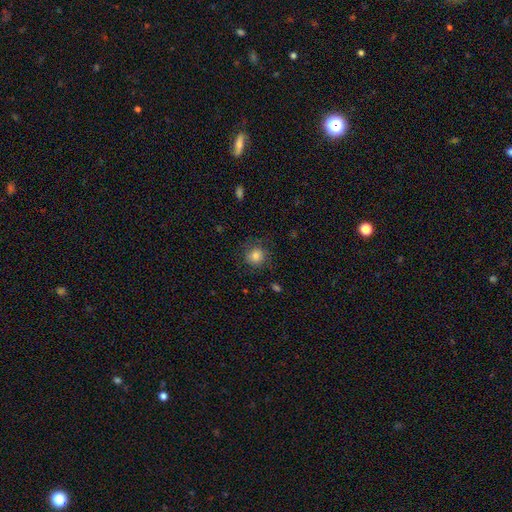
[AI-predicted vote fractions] This is clearly a smooth galaxy (82%). How rounded: clearly round (85%). Merging: likely none (78%).